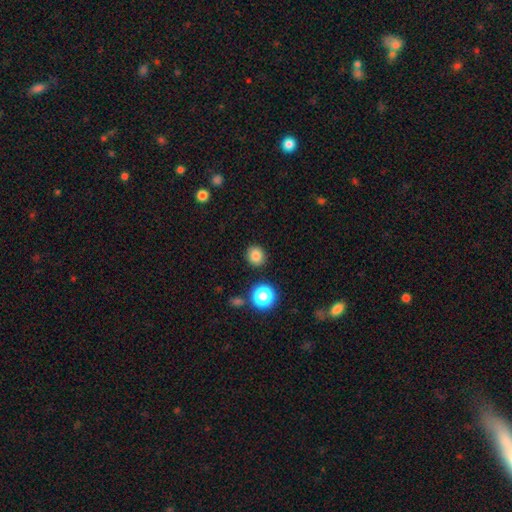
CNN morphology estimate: Smooth or featured? Predicted: smooth (p=0.81). How rounded? Predicted: round (p=0.85). Merging? Predicted: none (p=0.89).